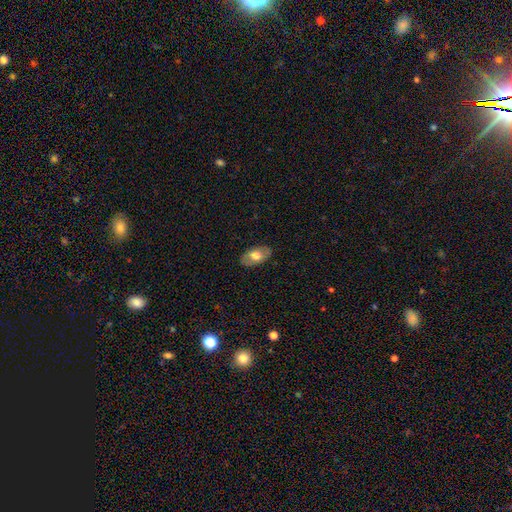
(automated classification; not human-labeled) smooth_or_featured: smooth (p=0.61) [alt: featured or disk p=0.33]
how_rounded: in between (p=0.92) [alt: round p=0.05]
merging: none (p=0.84) [alt: minor disturbance p=0.12]